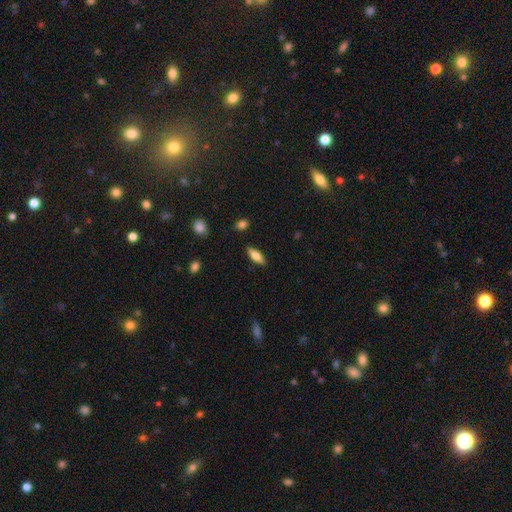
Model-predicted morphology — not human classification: This appears to be a smooth galaxy with no disk features (69%) that is in between round and cigar-shaped (67%). Merging: none (87%).